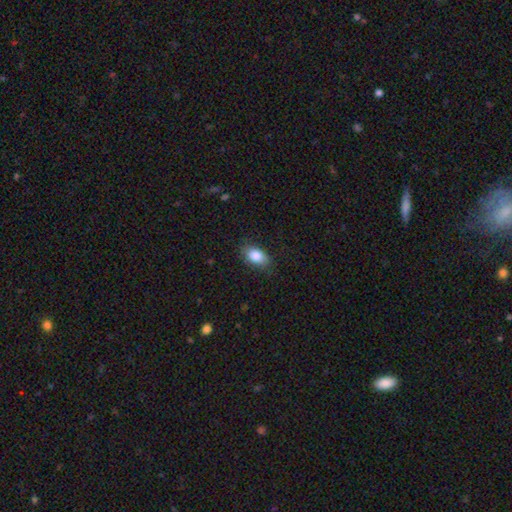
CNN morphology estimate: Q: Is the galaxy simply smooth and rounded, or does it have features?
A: smooth — 84%.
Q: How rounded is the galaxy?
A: in between — 88%.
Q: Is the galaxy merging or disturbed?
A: none — 82%.